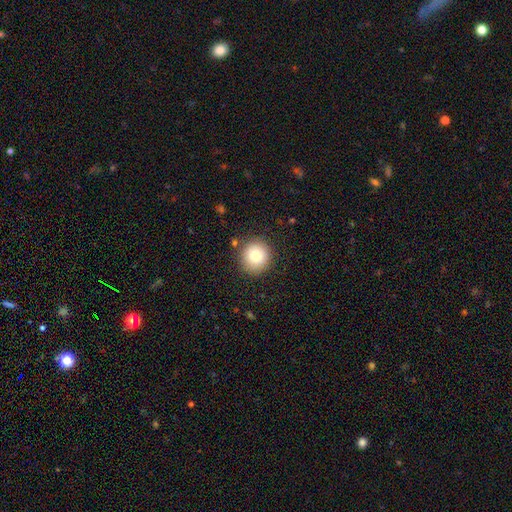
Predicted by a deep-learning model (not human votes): Q: Smooth or featured?
A: smooth (85%); runner-up: star or artifact (9%)
Q: How rounded?
A: round (92%); runner-up: in between (7%)
Q: Merging?
A: none (87%); runner-up: minor disturbance (8%)